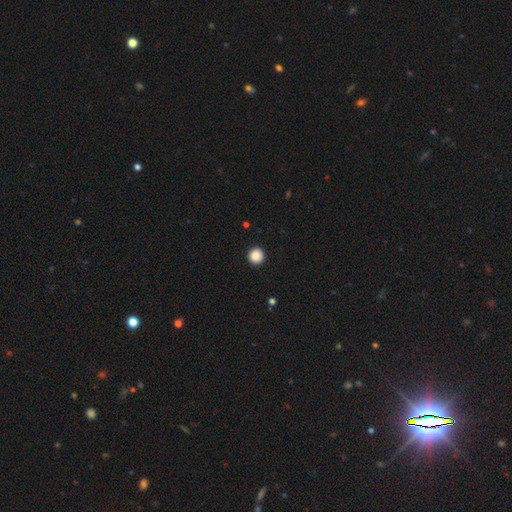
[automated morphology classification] A smooth galaxy with no disk features (88%) that is round (95%).

Vote fractions:
- Smooth or featured? smooth: 88% / star or artifact: 9% / featured or disk: 3%
- How rounded? round: 95% / in between: 4% / cigar-shaped: 1%
- Merging? none: 93% / minor disturbance: 4% / major disturbance: 2% / merger: 1%